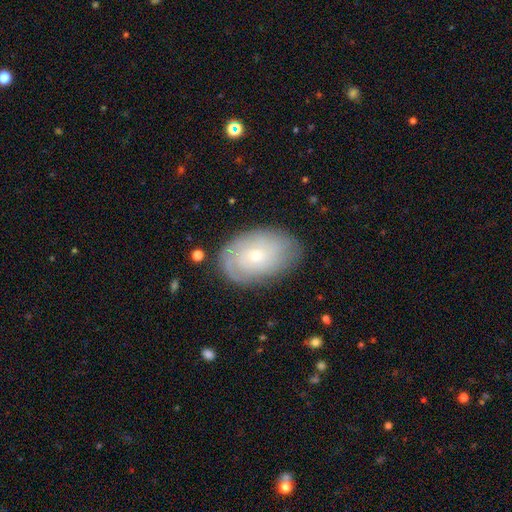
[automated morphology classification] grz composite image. It shows a featured or disk galaxy (57%) with no bar (80%), spiral arms (79%) and a small central bulge (64%). Merging: none (78%).